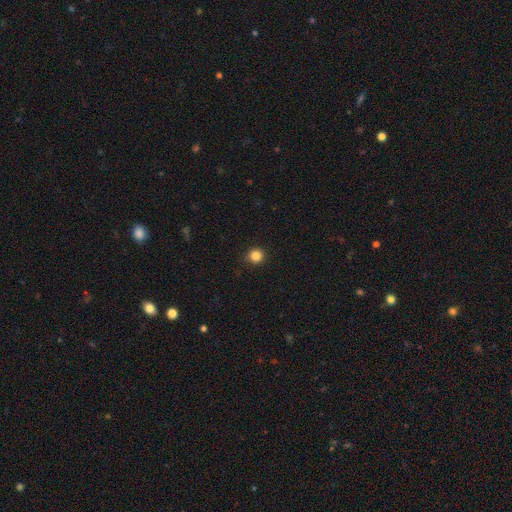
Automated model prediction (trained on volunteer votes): Smooth or featured? smooth (85%)
How rounded? round (95%)
Merging? none (89%)